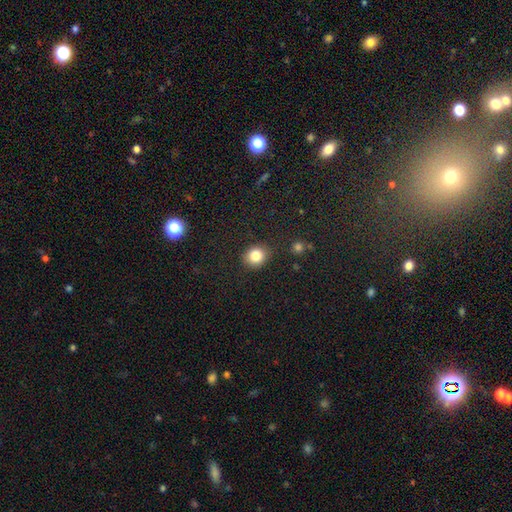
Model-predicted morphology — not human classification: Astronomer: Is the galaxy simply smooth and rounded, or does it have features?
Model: smooth — 83%.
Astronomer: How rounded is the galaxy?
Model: round — 76%.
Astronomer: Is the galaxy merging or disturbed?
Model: none — 85%.